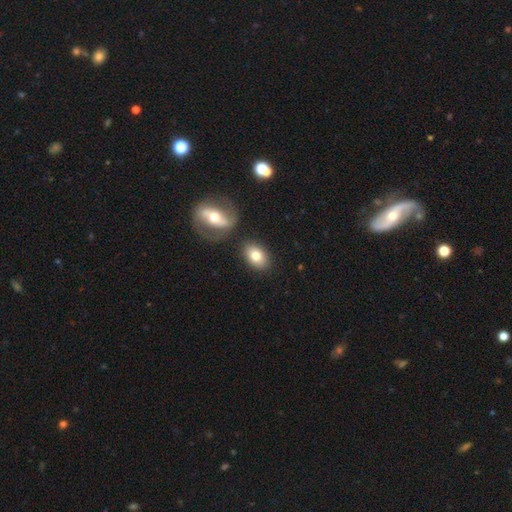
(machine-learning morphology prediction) Smooth or featured? Predicted: smooth (p=0.75). How rounded? Predicted: in between (p=0.85). Merging? Predicted: none (p=0.78).